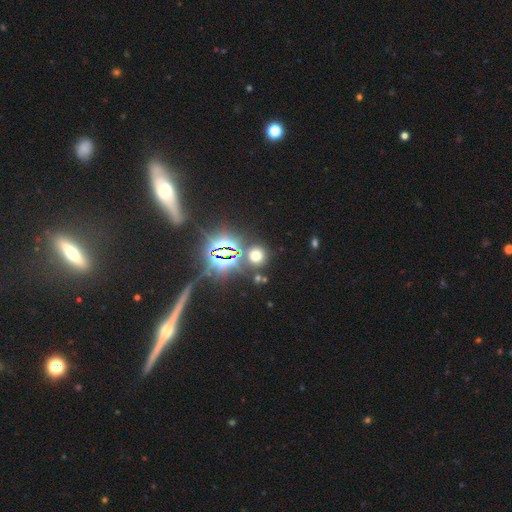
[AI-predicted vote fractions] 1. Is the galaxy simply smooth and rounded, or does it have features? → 49% smooth, 43% star or artifact, 8% featured or disk.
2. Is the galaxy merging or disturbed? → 80% none, 8% minor disturbance, 8% merger, 4% major disturbance.